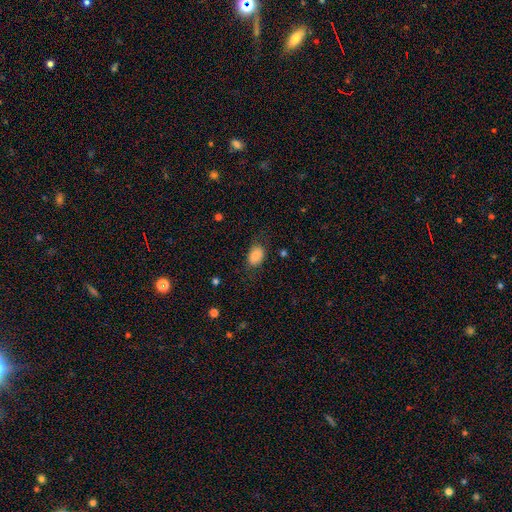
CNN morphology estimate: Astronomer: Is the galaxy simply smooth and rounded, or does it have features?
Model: smooth — 85%.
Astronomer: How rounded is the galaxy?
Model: in between — 82%.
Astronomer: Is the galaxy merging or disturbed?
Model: none — 69%.